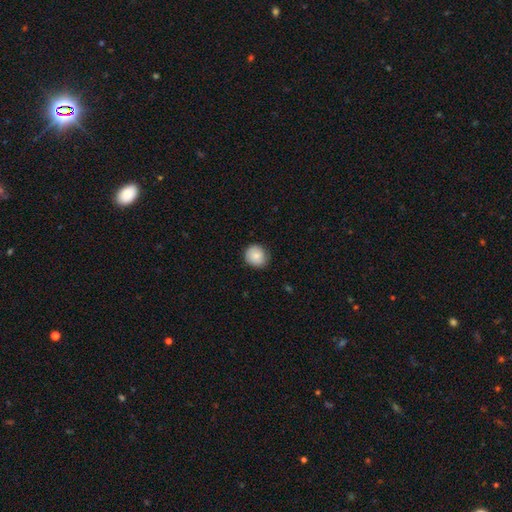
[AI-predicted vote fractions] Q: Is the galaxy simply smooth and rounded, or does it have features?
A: smooth — 83%.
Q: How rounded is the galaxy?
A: round — 83%.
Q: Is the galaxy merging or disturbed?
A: none — 79%.